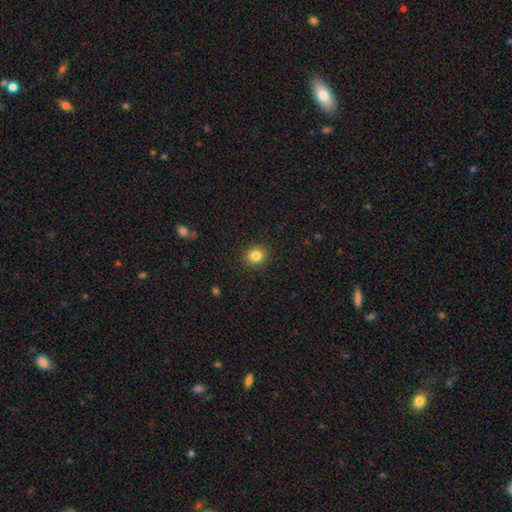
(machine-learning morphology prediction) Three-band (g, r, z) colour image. It shows a smooth galaxy with no disk features (84%) that is round (85%). Merging: none (91%).